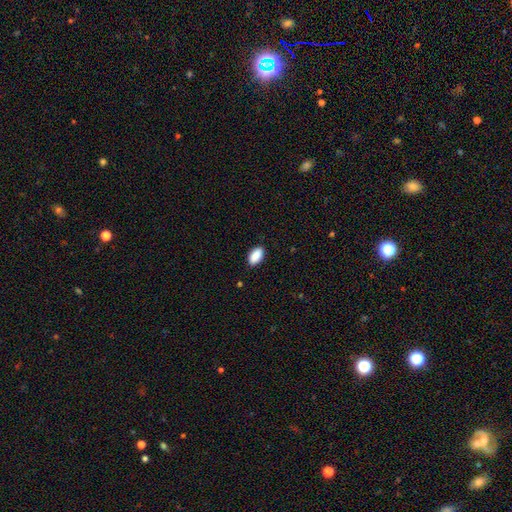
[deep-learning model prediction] Smooth or featured?
  - smooth: 90% *
  - star or artifact: 6%
  - featured or disk: 3%
How rounded?
  - in between: 93% *
  - cigar-shaped: 4%
  - round: 3%
Merging?
  - none: 87% *
  - minor disturbance: 10%
  - major disturbance: 2%
  - merger: 1%